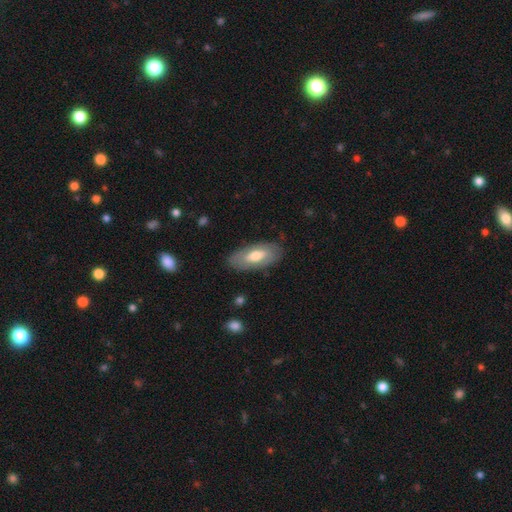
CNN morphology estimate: Smooth or featured? Predicted: smooth (p=0.57). How rounded? Predicted: in between (p=0.88). Merging? Predicted: none (p=0.82).